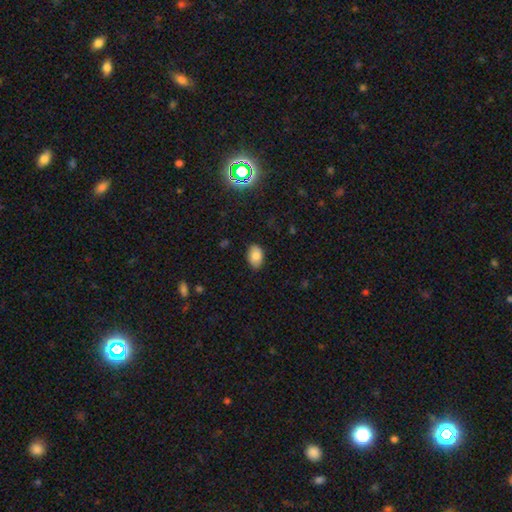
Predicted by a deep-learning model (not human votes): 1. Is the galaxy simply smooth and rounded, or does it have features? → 81% smooth, 10% featured or disk, 9% star or artifact.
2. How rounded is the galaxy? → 89% in between, 10% round, 1% cigar-shaped.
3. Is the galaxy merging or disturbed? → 83% none, 14% minor disturbance, 2% major disturbance, 1% merger.